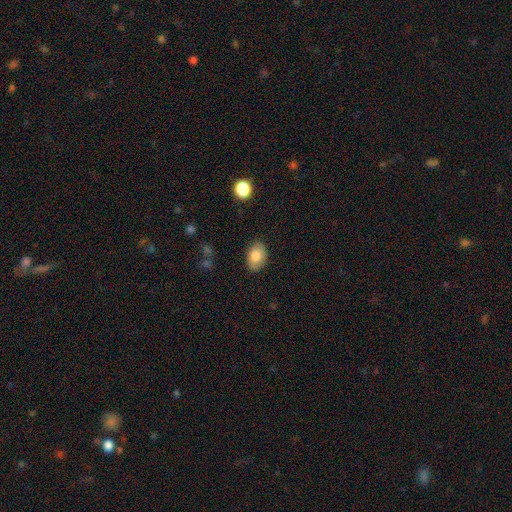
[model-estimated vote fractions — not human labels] Smooth or featured? smooth (83%)
How rounded? in between (86%)
Merging? none (84%)